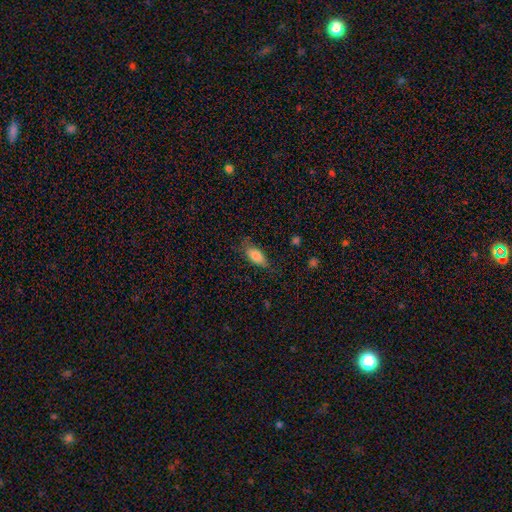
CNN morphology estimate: smooth-or-featured: smooth: 82% | featured or disk: 11% | star or artifact: 7%
  how-rounded: in between: 85% | cigar-shaped: 12% | round: 3%
  merging: none: 69% | minor disturbance: 23% | major disturbance: 7% | merger: 1%